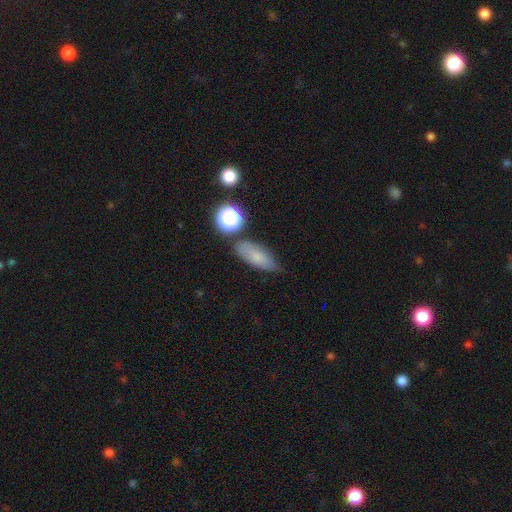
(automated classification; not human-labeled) Morphology: type=smooth (73%); roundness=in between (73%); merging=none (70%).